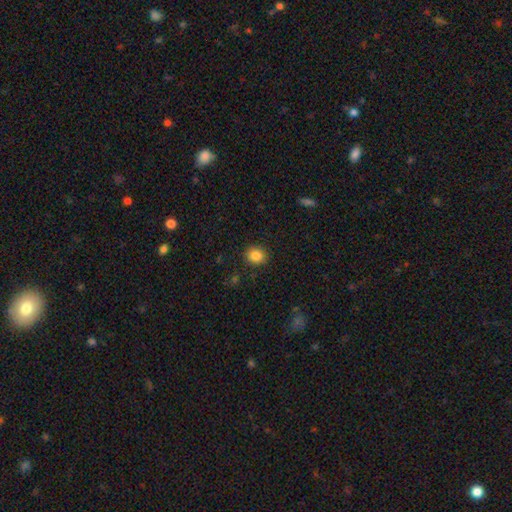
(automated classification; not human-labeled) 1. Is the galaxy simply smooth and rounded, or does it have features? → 86% smooth, 10% star or artifact, 5% featured or disk.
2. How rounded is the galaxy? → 73% round, 26% in between, 1% cigar-shaped.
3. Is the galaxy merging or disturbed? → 90% none, 7% minor disturbance, 2% major disturbance, 1% merger.